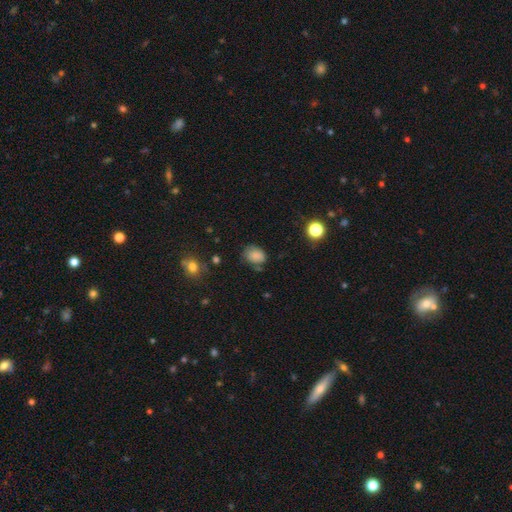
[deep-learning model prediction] Overall: smooth (79%). How rounded: in between (63%; round 36%). Merging: none (57%; minor disturbance 28%).